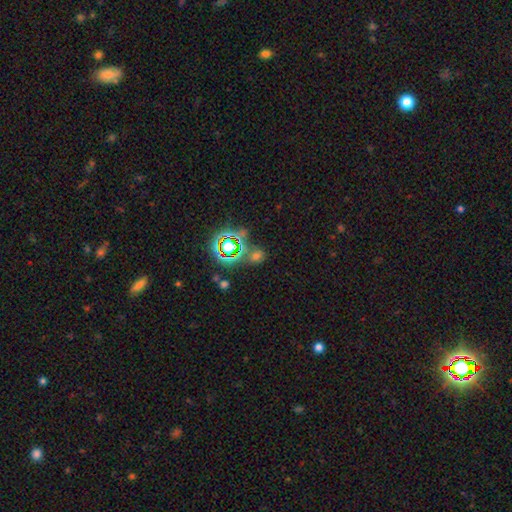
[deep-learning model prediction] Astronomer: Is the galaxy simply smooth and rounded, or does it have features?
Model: star or artifact — 52% (runner-up: smooth, 40%).